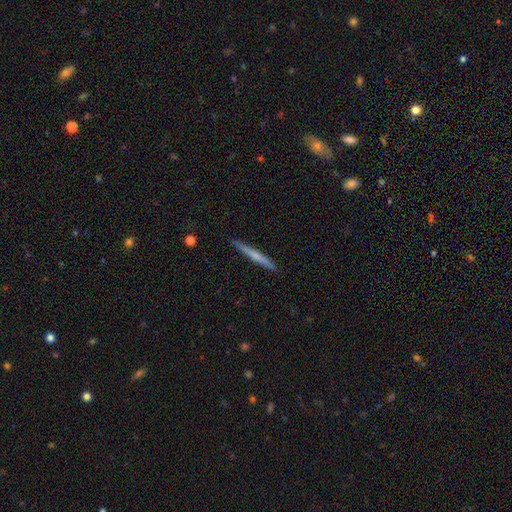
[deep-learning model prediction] A smooth galaxy with no disk features (52%) that is cigar-shaped (97%). Merging: none (91%).